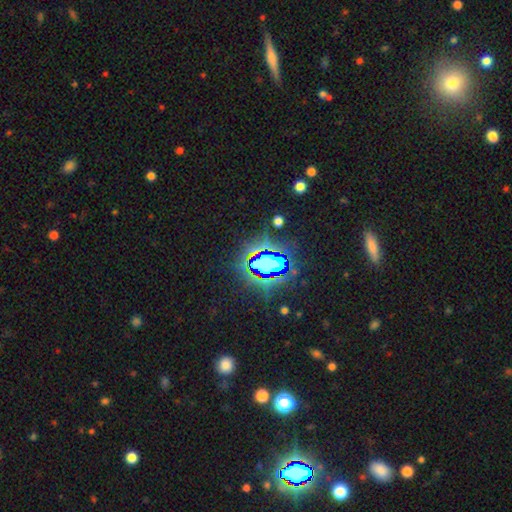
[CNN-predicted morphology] This is likely a star or artifact rather than a galaxy (79%).